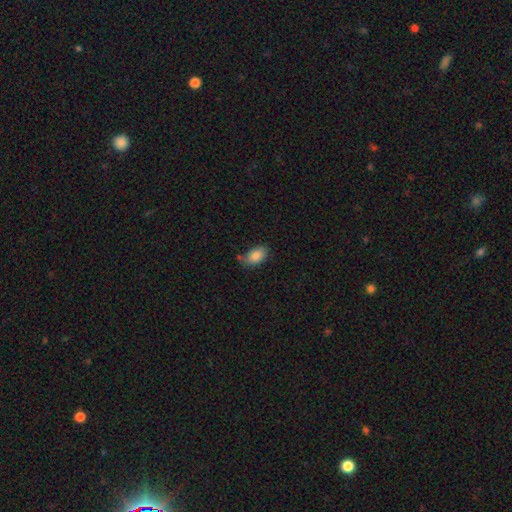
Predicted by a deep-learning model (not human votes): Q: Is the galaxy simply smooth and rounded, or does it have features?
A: smooth — 86%.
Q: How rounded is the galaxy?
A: in between — 91%.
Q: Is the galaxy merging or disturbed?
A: none — 67%.